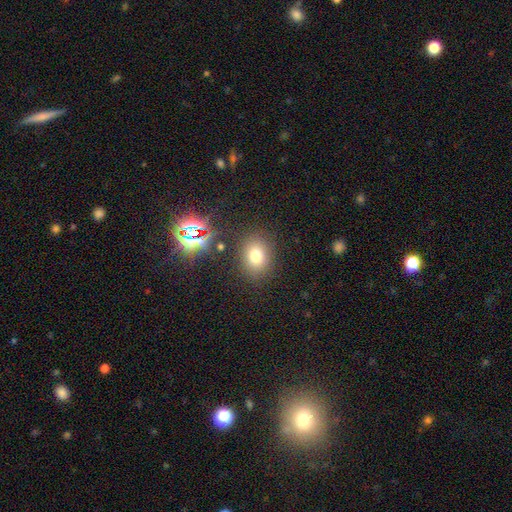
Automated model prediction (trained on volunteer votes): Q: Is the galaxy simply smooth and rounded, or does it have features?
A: smooth — 72%.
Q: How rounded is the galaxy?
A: in between — 52%.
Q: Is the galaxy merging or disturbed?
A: none — 84%.